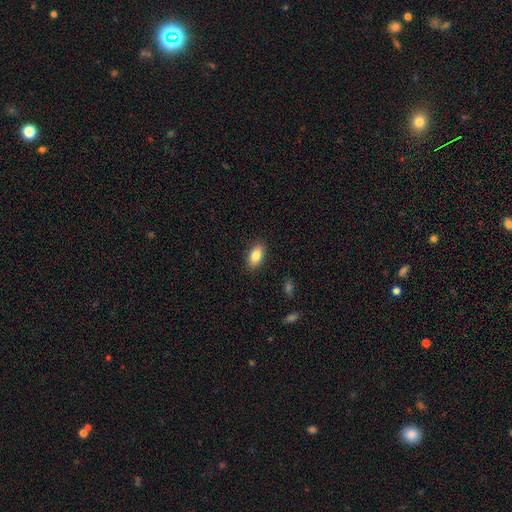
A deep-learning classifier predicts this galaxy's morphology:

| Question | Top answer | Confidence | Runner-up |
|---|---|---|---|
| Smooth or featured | smooth | 84% | featured or disk (8%) |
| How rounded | in between | 92% | round (5%) |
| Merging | none | 88% | minor disturbance (9%) |